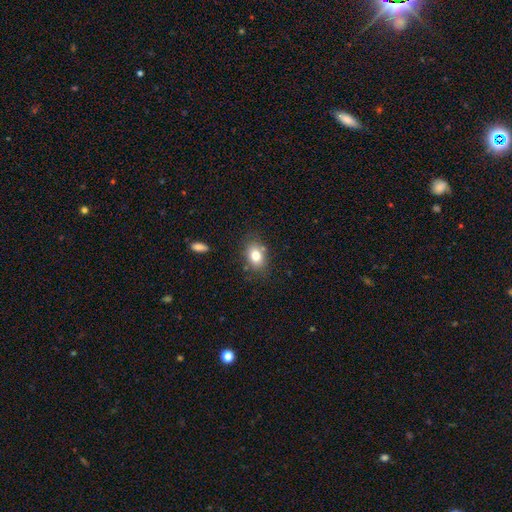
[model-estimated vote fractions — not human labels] smooth-or-featured: smooth: 80% | featured or disk: 11% | star or artifact: 10%
  how-rounded: in between: 72% | round: 27% | cigar-shaped: 1%
  merging: none: 76% | minor disturbance: 15% | merger: 5% | major disturbance: 4%